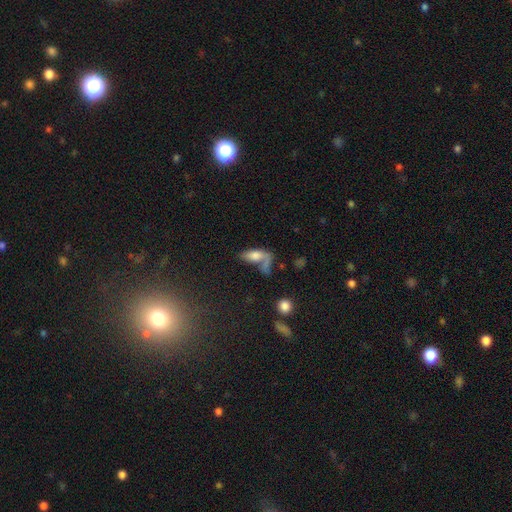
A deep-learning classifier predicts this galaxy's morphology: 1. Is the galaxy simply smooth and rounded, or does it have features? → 68% smooth, 22% featured or disk, 10% star or artifact.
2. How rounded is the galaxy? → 75% in between, 21% cigar-shaped, 4% round.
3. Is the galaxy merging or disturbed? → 32% none, 31% merger, 20% major disturbance, 17% minor disturbance.